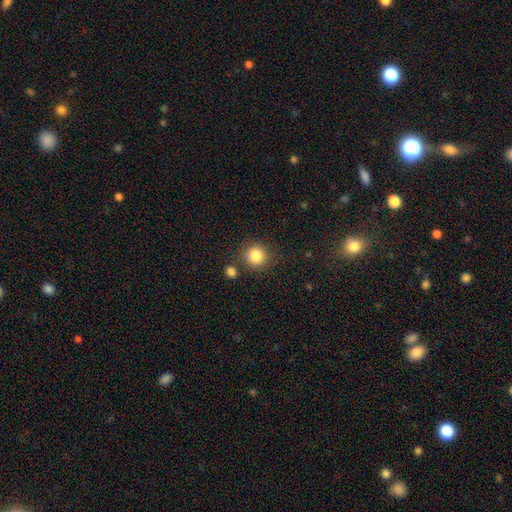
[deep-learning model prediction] A smooth galaxy with no disk features (85%) that is round (90%). Merging: none (80%).